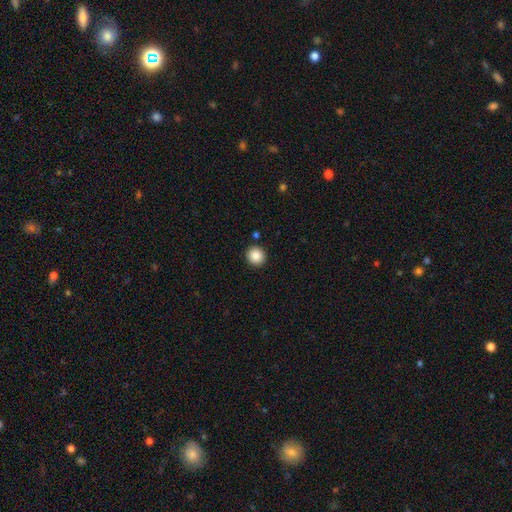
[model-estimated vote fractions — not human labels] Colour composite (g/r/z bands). It shows a smooth galaxy with no disk features (88%) that is round (93%). Merging: none (91%).